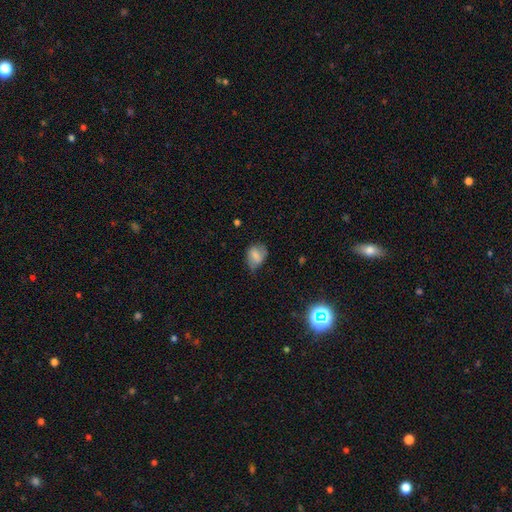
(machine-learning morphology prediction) Smooth or featured? smooth (67%)
How rounded? in between (61%)
Merging? none (50%)